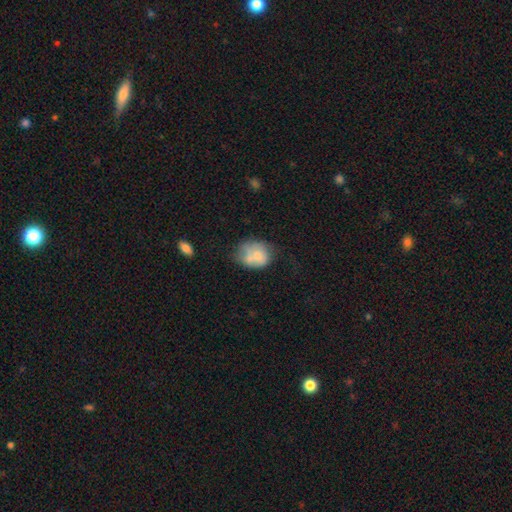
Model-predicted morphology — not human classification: Q: Smooth or featured?
A: smooth (65%); runner-up: featured or disk (26%)
Q: How rounded?
A: round (52%); runner-up: in between (47%)
Q: Merging?
A: none (34%); runner-up: minor disturbance (27%)